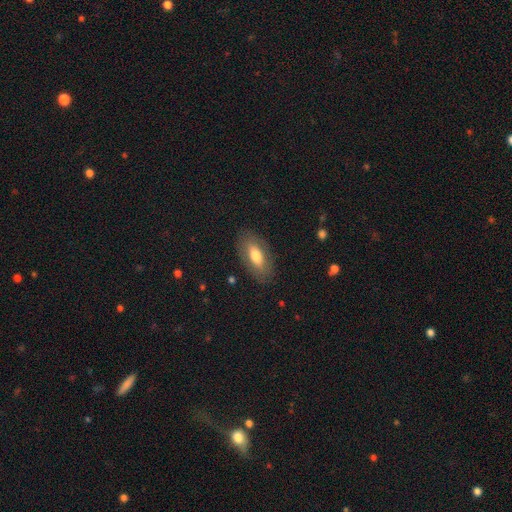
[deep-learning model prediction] A smooth galaxy with no disk features (70%) that is in between round and cigar-shaped (88%). Merging: none (83%).